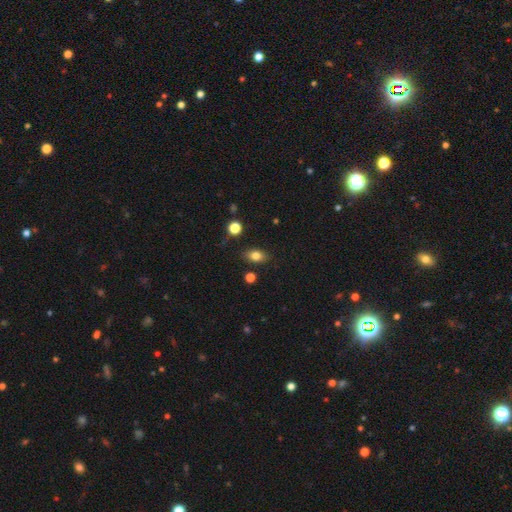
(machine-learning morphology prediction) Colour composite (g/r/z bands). It shows a smooth galaxy with no disk features (80%) that is in between round and cigar-shaped (81%). Merging: none (83%).